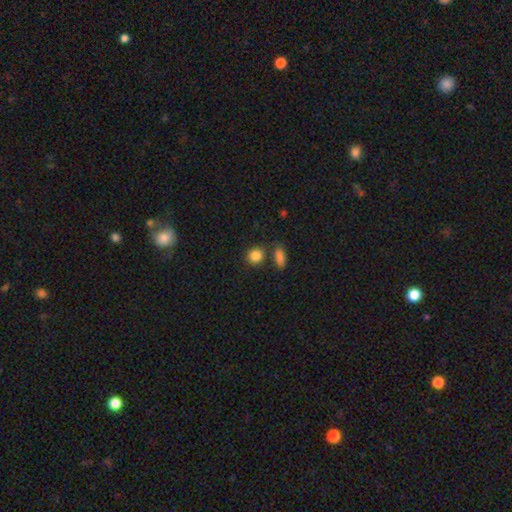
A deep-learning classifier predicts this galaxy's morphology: smooth 86%, star or artifact 9%, featured or disk 5%. Down the decision tree: how rounded — round (70%); merging — none (71%).